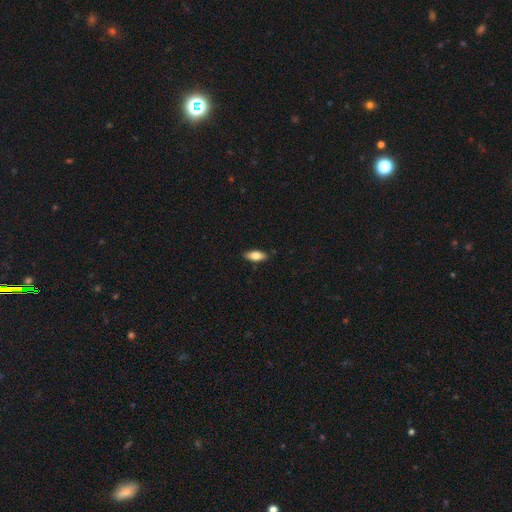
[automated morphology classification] Smooth or featured? Predicted: smooth (p=0.78). How rounded? Predicted: in between (p=0.80). Merging? Predicted: none (p=0.88).